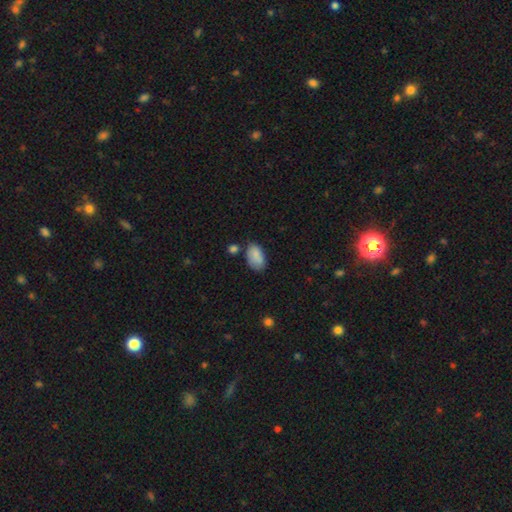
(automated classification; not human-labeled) A smooth galaxy with no disk features (84%) that is in between round and cigar-shaped (93%).

Vote fractions:
- Smooth or featured? smooth: 84% / featured or disk: 8% / star or artifact: 8%
- How rounded? in between: 93% / round: 5% / cigar-shaped: 2%
- Merging? none: 60% / minor disturbance: 26% / merger: 8% / major disturbance: 6%